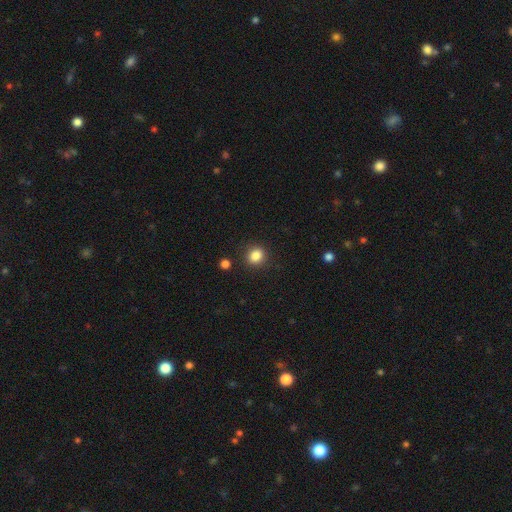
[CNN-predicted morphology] Smooth or featured? smooth (85%)
How rounded? round (69%)
Merging? none (87%)